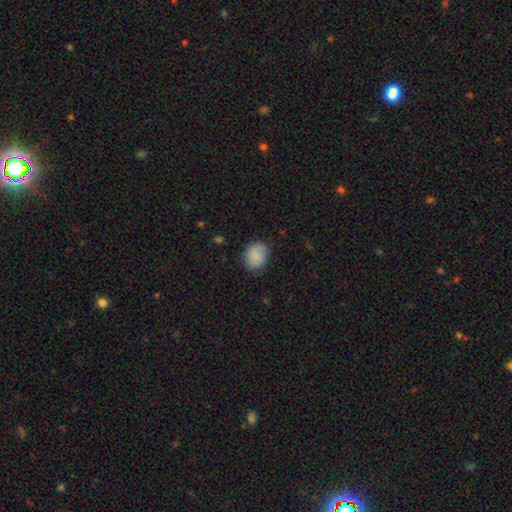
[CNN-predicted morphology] smooth_or_featured: smooth (p=0.87) [alt: star or artifact p=0.07]
how_rounded: round (p=0.56) [alt: in between p=0.43]
merging: none (p=0.84) [alt: minor disturbance p=0.12]